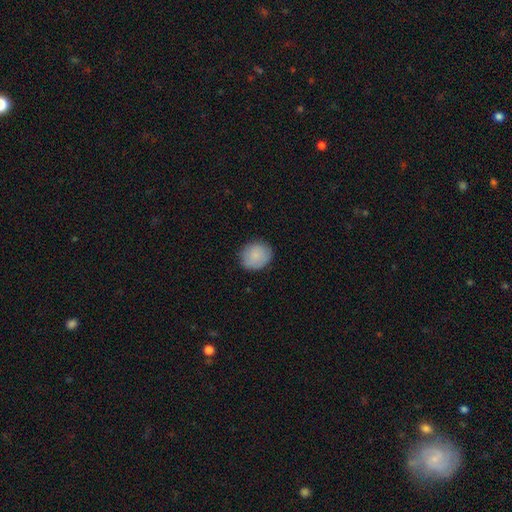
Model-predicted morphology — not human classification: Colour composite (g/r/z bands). It shows a smooth galaxy with no disk features (86%) that is round (77%). Merging: none (84%).